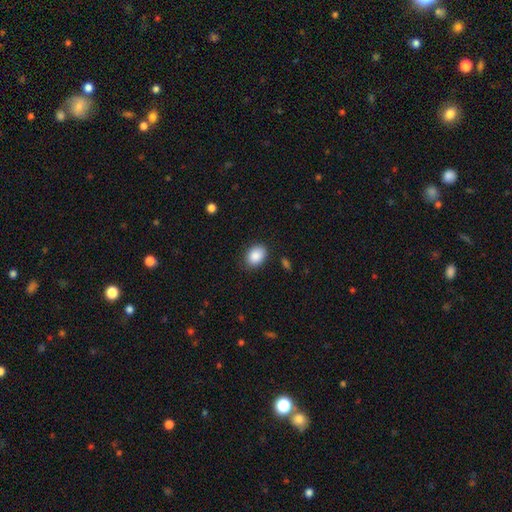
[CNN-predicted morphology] smooth 88%, star or artifact 8%, featured or disk 4%. Down the decision tree: how rounded — in between (68%); merging — none (84%).